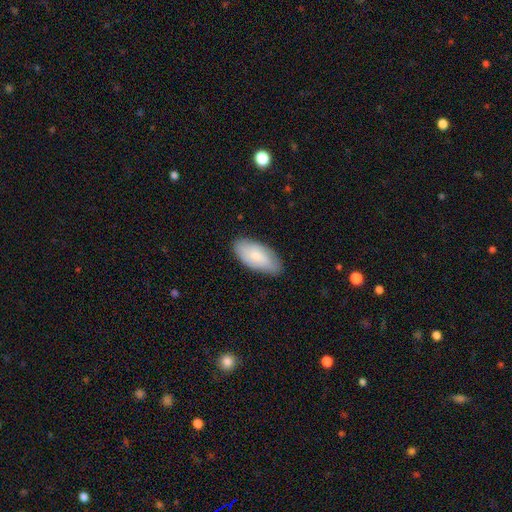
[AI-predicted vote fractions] A smooth galaxy with no disk features (75%) that is in between round and cigar-shaped (92%). Merging: none (80%).